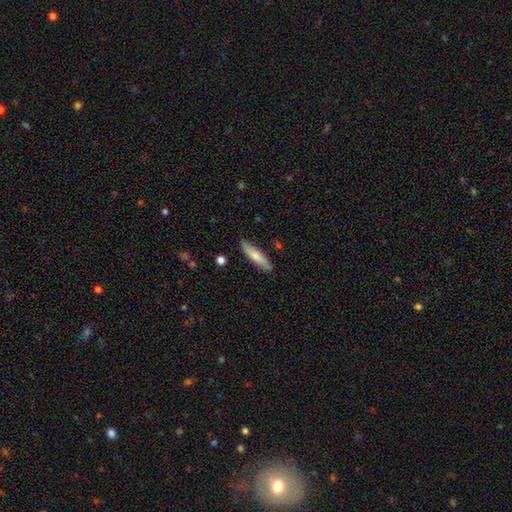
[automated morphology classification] Smooth or featured? smooth (70%)
How rounded? cigar-shaped (78%)
Merging? none (85%)